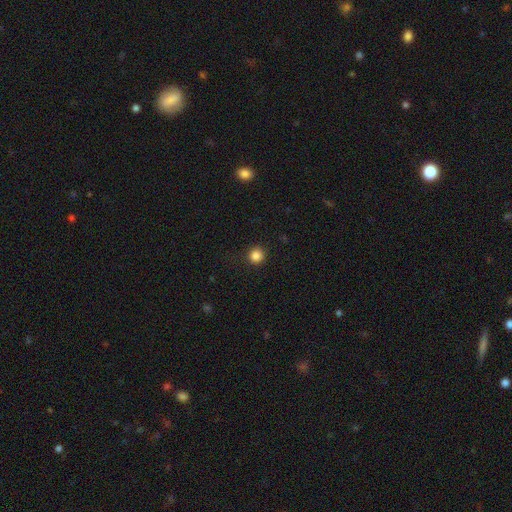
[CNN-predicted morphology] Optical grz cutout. It shows a smooth galaxy with no disk features (85%) that is round (94%). Merging: none (91%).